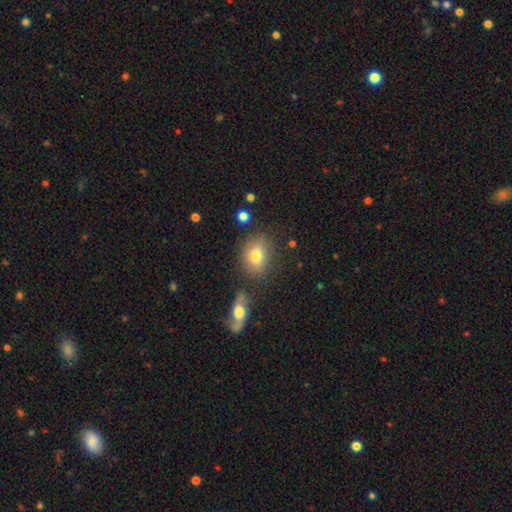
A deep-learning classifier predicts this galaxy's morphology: smooth-or-featured: smooth: 79% | featured or disk: 12% | star or artifact: 10%
  how-rounded: in between: 64% | round: 35% | cigar-shaped: 2%
  merging: none: 76% | minor disturbance: 14% | merger: 6% | major disturbance: 4%